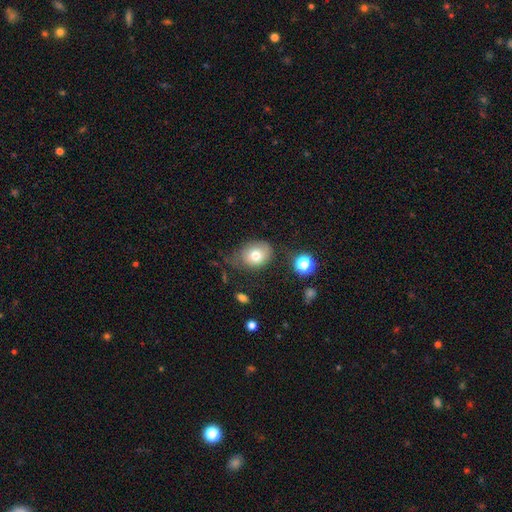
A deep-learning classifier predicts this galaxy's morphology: The model was most divided on "how rounded": in between: 51%, round: 48%, cigar-shaped: 1%. More confident: smooth or featured — smooth (73%); merging — none (54%).